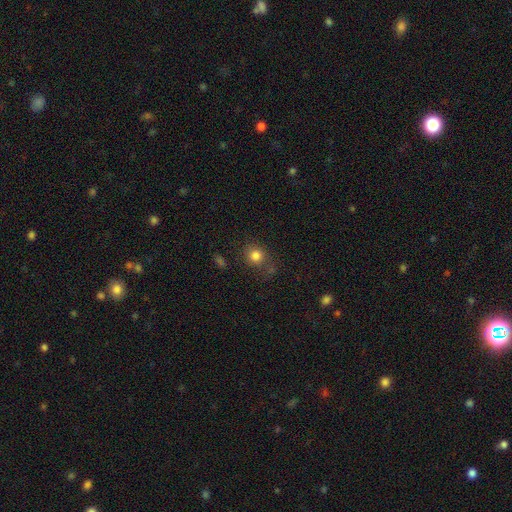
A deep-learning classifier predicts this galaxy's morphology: A smooth galaxy with no disk features (81%) that is round (79%). Merging: none (68%).